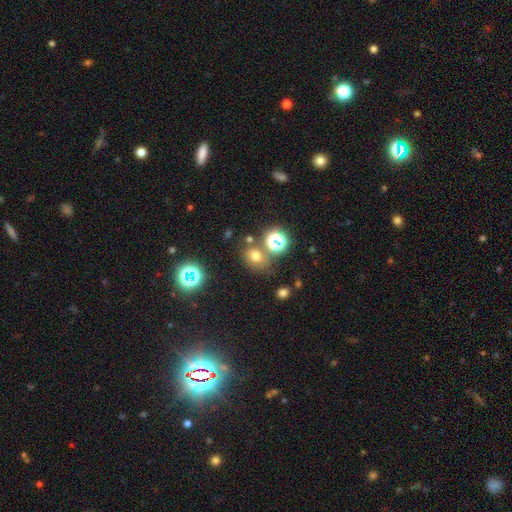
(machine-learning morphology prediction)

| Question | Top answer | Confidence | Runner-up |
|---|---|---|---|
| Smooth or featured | smooth | 64% | star or artifact (26%) |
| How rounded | round | 57% | in between (42%) |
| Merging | none | 69% | merger (14%) |